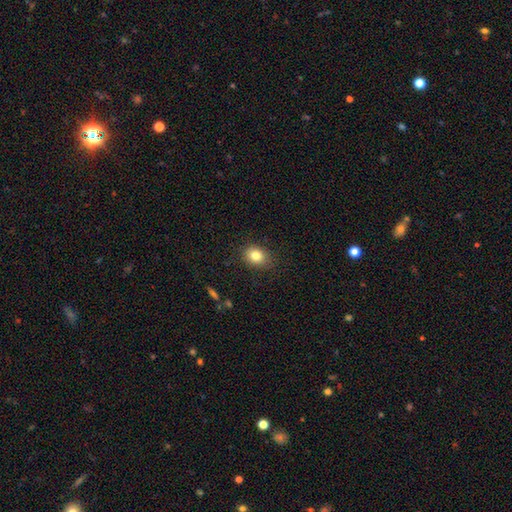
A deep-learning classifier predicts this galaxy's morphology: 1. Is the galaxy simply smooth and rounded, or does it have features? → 81% smooth, 10% star or artifact, 8% featured or disk.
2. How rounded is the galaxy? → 54% in between, 45% round, 1% cigar-shaped.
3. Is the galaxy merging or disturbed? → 85% none, 12% minor disturbance, 3% major disturbance, 1% merger.